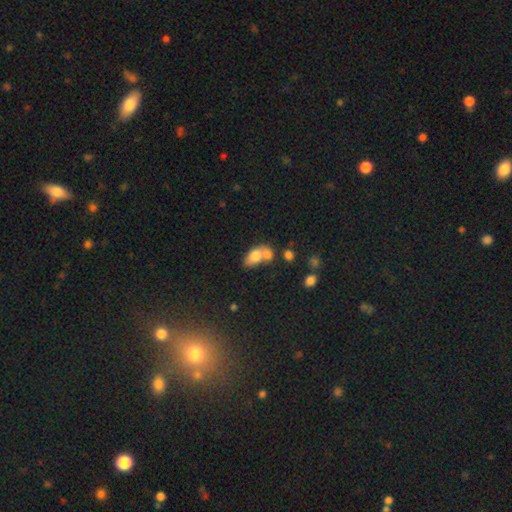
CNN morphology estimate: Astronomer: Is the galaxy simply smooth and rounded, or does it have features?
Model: smooth — 73%.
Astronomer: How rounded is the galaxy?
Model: in between — 82%.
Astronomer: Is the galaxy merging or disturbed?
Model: merger — 58%.